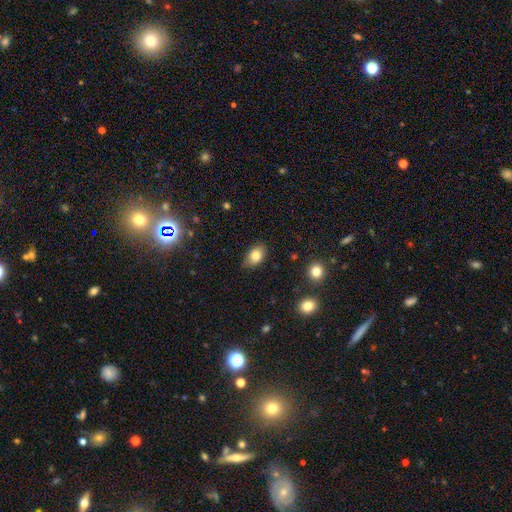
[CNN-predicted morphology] type=smooth (82%); roundness=in between (85%); merging=none (80%).